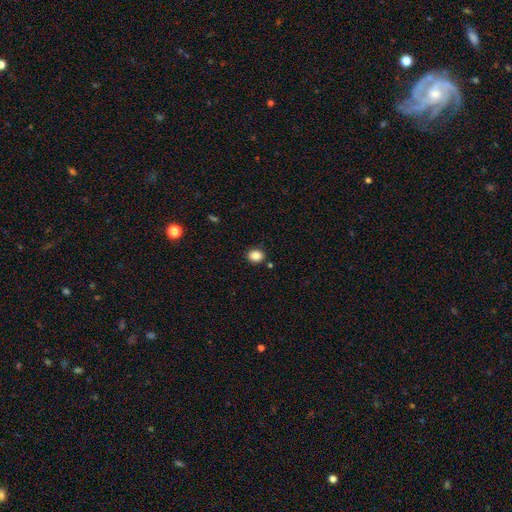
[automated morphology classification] Smooth or featured? smooth (86%)
How rounded? round (53%)
Merging? none (87%)